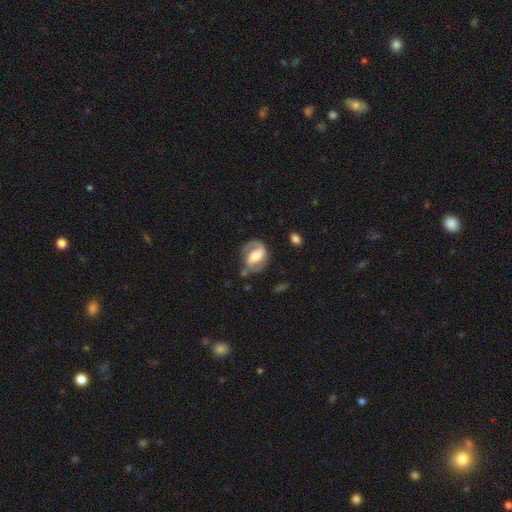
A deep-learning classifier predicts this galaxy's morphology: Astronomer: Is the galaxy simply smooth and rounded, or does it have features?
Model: featured or disk — 75%.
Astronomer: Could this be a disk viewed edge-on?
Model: no — 97%.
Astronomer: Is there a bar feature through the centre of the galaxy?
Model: strong — 43% (runner-up: weak, 39%).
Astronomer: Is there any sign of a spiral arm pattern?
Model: yes — 89%.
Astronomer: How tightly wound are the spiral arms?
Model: medium — 49% (runner-up: tight, 26%).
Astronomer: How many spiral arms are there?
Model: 2 — 79%.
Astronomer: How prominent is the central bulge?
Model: moderate — 49% (runner-up: large, 24%).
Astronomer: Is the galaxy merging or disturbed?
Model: none — 63%.